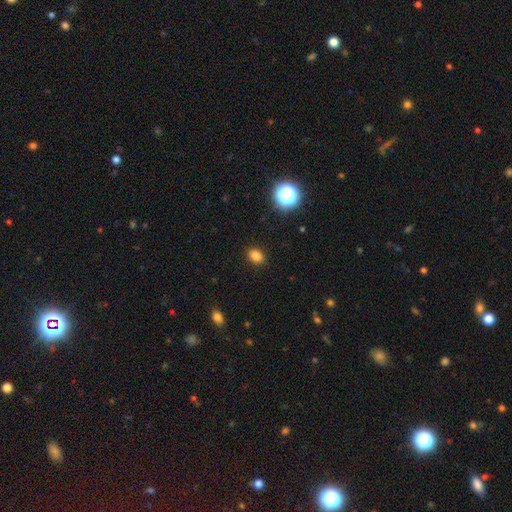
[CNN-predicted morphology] The model was most divided on "how rounded": in between: 65%, round: 34%, cigar-shaped: 1%. More confident: merging — none (89%); smooth or featured — smooth (82%).